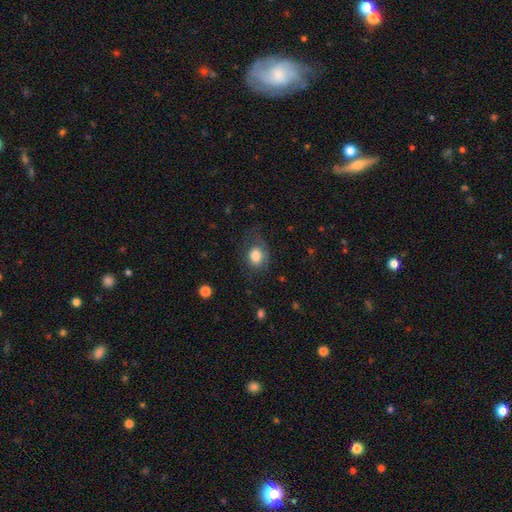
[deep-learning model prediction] A smooth galaxy with no disk features (79%) that is round (54%). Merging: none (56%).